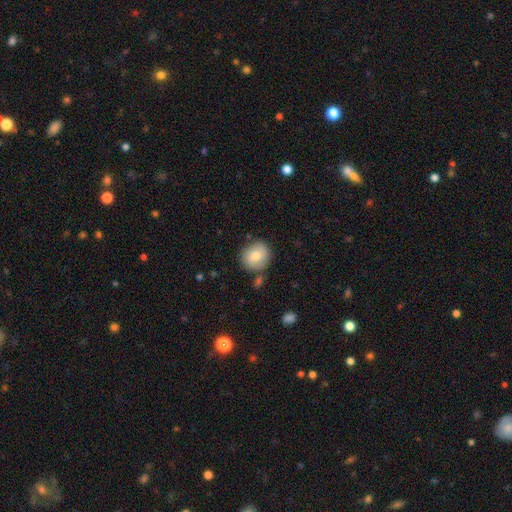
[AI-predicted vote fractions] Smooth or featured: smooth — 76% (featured or disk — 16%)
How rounded: round — 82% (in between — 17%)
Merging: none — 79% (minor disturbance — 12%)